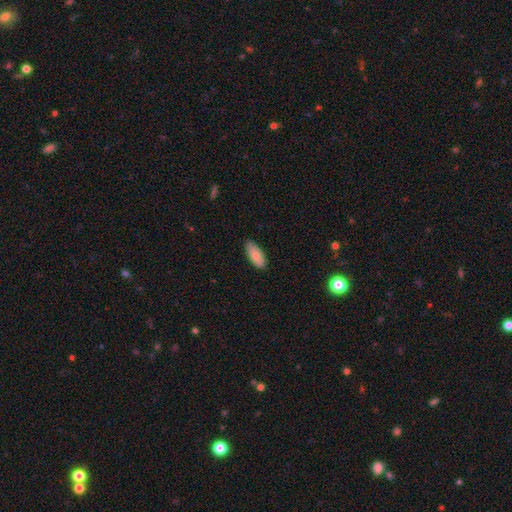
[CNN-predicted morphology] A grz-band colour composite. It shows a smooth galaxy with no disk features (83%) that is in between round and cigar-shaped (86%). Merging: none (85%).